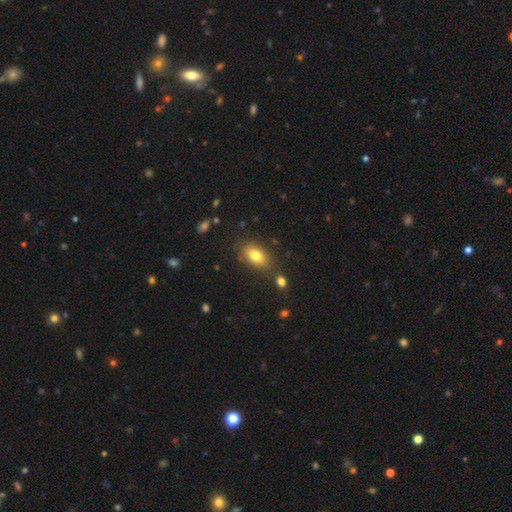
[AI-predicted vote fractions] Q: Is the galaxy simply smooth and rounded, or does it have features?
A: smooth — 79%.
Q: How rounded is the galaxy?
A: in between — 87%.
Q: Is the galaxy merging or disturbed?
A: none — 80%.